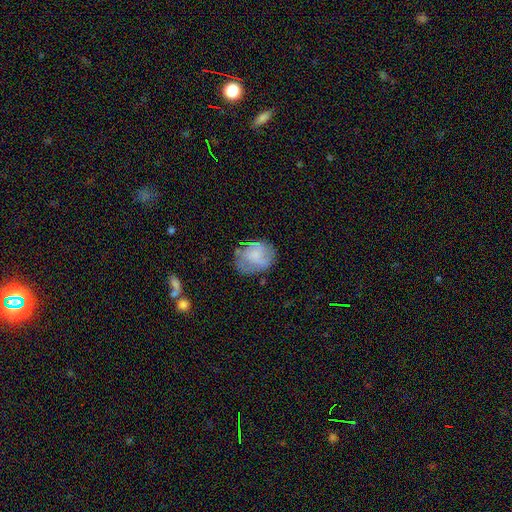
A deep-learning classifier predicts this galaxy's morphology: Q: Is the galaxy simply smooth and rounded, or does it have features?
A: smooth — 52%.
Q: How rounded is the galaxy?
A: round — 56%.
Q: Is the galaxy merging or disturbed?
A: none — 61%.